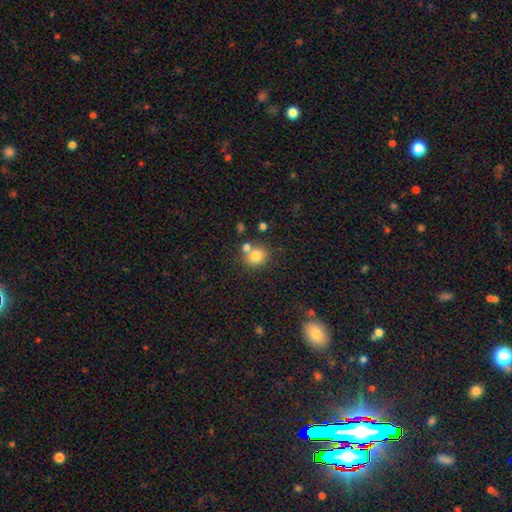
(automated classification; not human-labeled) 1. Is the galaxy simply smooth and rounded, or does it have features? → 80% smooth, 12% star or artifact, 9% featured or disk.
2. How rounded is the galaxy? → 80% round, 19% in between, 1% cigar-shaped.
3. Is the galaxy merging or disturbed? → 62% none, 24% merger, 10% minor disturbance, 3% major disturbance.